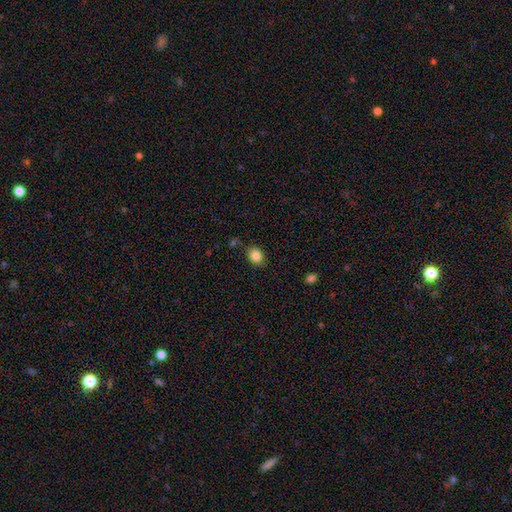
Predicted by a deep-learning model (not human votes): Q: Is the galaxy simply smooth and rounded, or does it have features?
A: smooth — 85%.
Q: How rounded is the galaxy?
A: round — 50%.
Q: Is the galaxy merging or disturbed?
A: none — 80%.